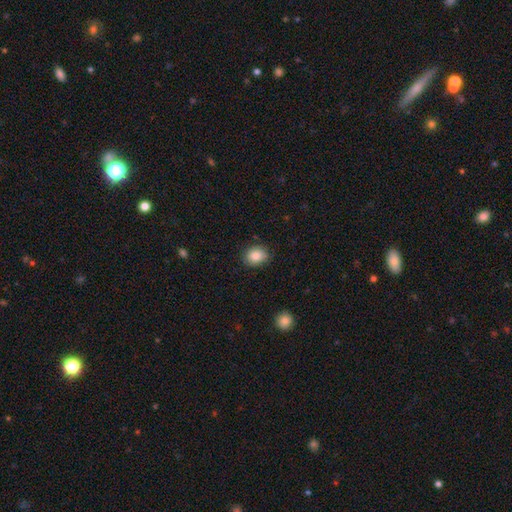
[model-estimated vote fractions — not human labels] Smooth or featured: smooth — 87% (star or artifact — 8%)
How rounded: round — 52% (in between — 47%)
Merging: none — 84% (minor disturbance — 12%)